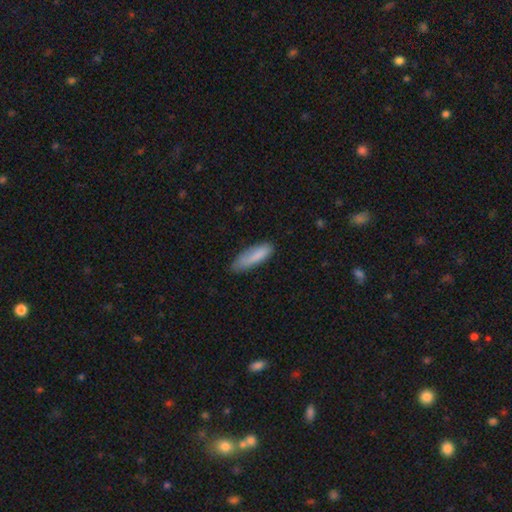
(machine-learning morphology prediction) Q: Smooth or featured?
A: smooth (84%); runner-up: featured or disk (10%)
Q: How rounded?
A: cigar-shaped (58%); runner-up: in between (41%)
Q: Merging?
A: none (66%); runner-up: minor disturbance (27%)